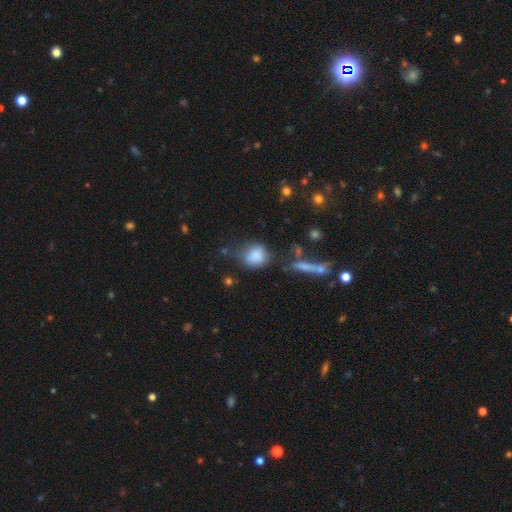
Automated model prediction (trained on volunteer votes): This is clearly a smooth galaxy (81%). How rounded: possibly round (56%). Merging: possibly none (47%).